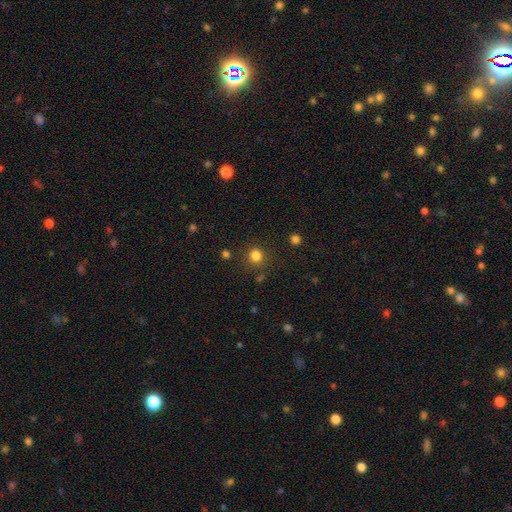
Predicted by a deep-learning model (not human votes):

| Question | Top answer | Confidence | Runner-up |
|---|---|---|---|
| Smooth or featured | smooth | 81% | star or artifact (14%) |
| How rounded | round | 86% | in between (13%) |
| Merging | none | 85% | minor disturbance (9%) |